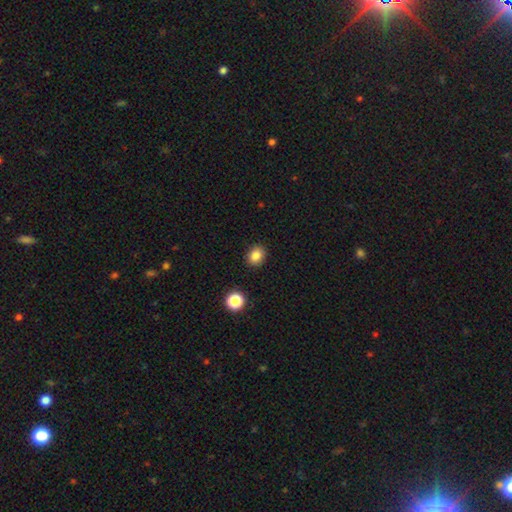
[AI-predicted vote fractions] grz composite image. It shows a smooth galaxy with no disk features (84%) that is round (50%). Merging: none (89%).